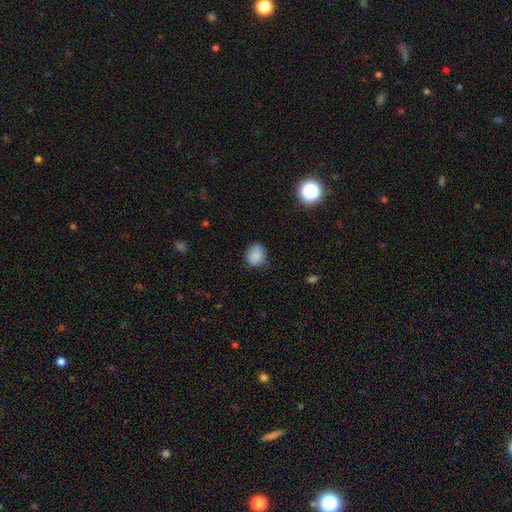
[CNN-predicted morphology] Smooth or featured: smooth — 84% (star or artifact — 9%)
How rounded: round — 65% (in between — 34%)
Merging: none — 74% (minor disturbance — 21%)